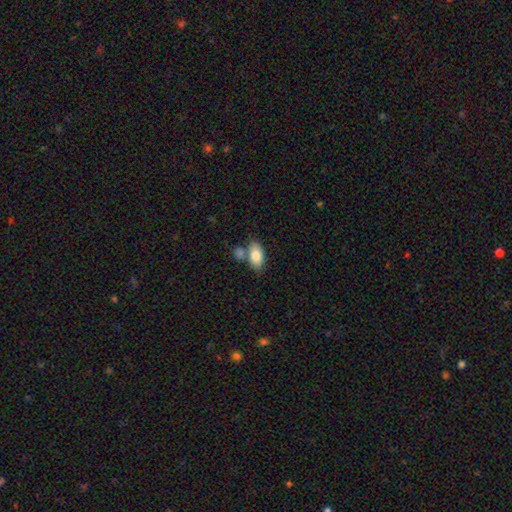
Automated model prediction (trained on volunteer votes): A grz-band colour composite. It shows a smooth galaxy with no disk features (81%) that is in between round and cigar-shaped (92%). Merging: none (57%).